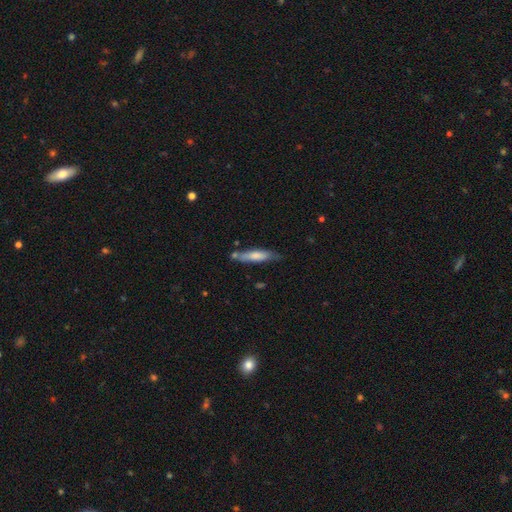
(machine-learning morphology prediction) A smooth galaxy with no disk features (71%) that is cigar-shaped (80%). Merging: none (65%).